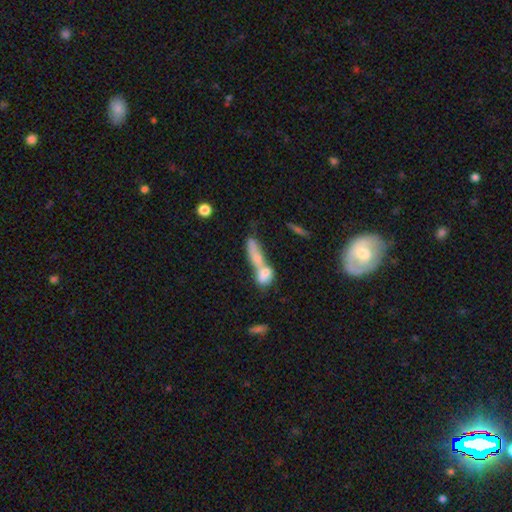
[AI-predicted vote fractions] Smooth or featured? Predicted: smooth (p=0.64). How rounded? Predicted: cigar-shaped (p=0.46, tied with in between). Merging? Predicted: merger (p=0.71).